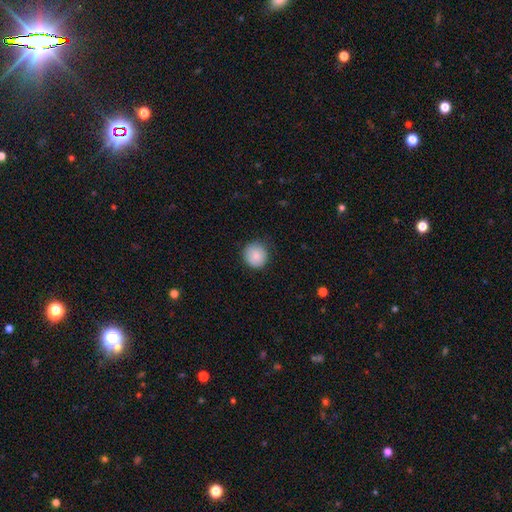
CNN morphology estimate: Smooth or featured?
  - smooth: 85% *
  - star or artifact: 8%
  - featured or disk: 7%
How rounded?
  - round: 93% *
  - in between: 6%
  - cigar-shaped: 1%
Merging?
  - none: 83% *
  - minor disturbance: 13%
  - major disturbance: 3%
  - merger: 1%